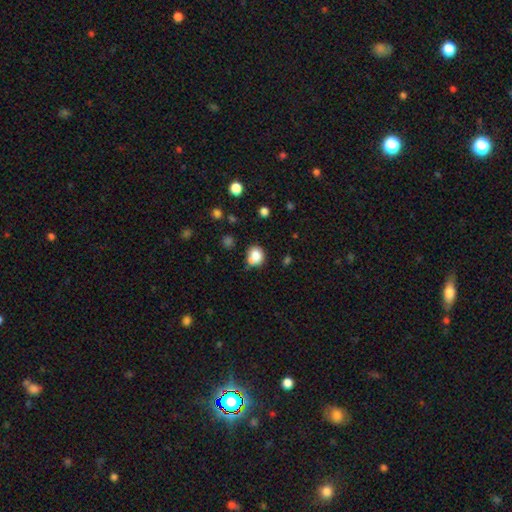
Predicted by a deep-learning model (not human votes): Overall: smooth (80%). How rounded: round (71%). Merging: none (57%; merger 23%).